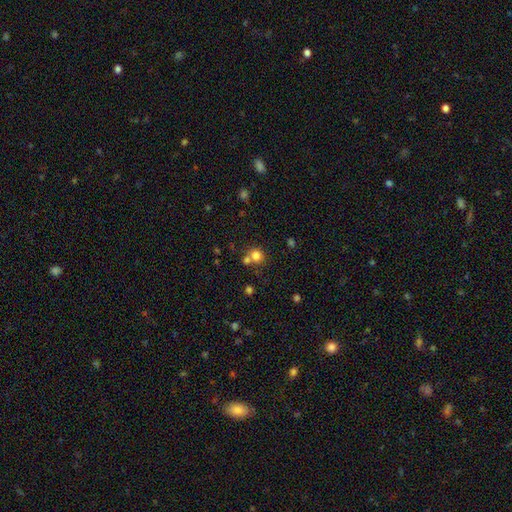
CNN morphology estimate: Smooth or featured?
  - smooth: 78% *
  - star or artifact: 14%
  - featured or disk: 8%
How rounded?
  - round: 85% *
  - in between: 14%
  - cigar-shaped: 1%
Merging?
  - none: 56% *
  - merger: 32%
  - minor disturbance: 8%
  - major disturbance: 3%